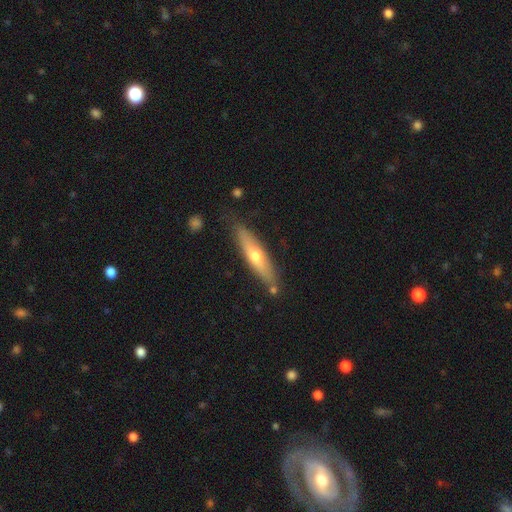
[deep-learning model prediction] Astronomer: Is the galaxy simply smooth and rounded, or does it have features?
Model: smooth — 47%, tied with featured or disk at 47%.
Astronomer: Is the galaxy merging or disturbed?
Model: none — 80%.